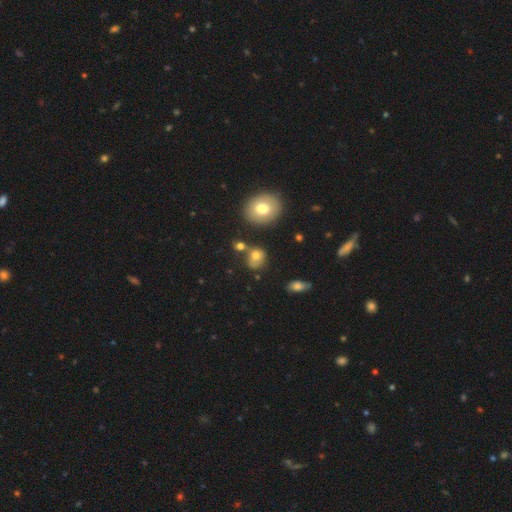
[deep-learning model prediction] This is likely a smooth galaxy (73%). How rounded: likely round (65%). Merging: possibly none (56%).